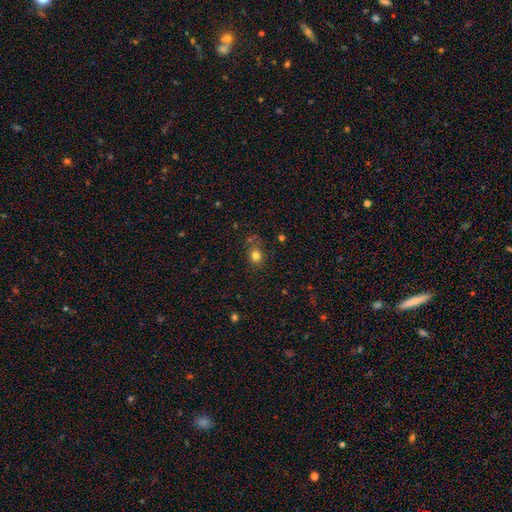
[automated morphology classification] smooth-or-featured: smooth: 79% | star or artifact: 14% | featured or disk: 7%
  how-rounded: round: 66% | in between: 33% | cigar-shaped: 1%
  merging: none: 70% | minor disturbance: 18% | merger: 6% | major disturbance: 6%